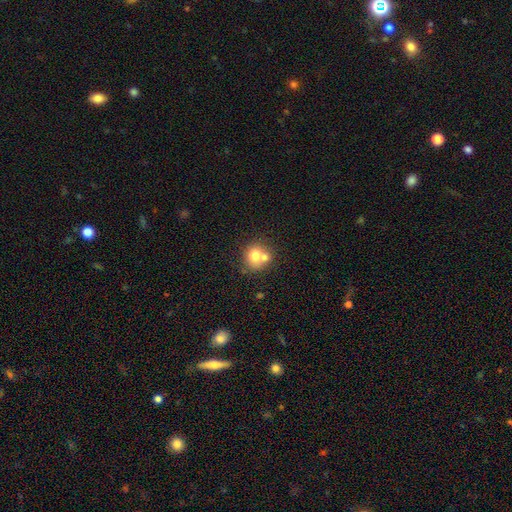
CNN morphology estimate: The model was most divided on "merging": merger: 46%, none: 40%, minor disturbance: 10%, major disturbance: 4%. More confident: how rounded — round (78%); smooth or featured — smooth (72%).